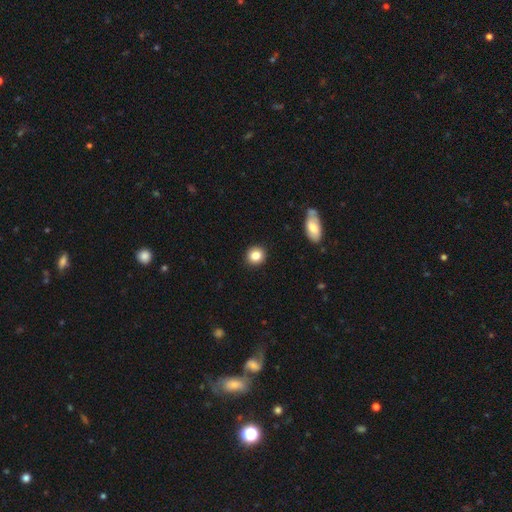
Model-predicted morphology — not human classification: smooth 84%, star or artifact 9%, featured or disk 6%. Down the decision tree: how rounded — round (87%); merging — none (91%).